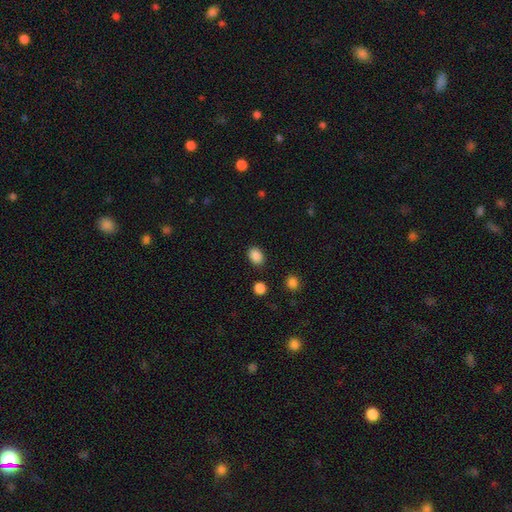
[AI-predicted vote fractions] A smooth galaxy with no disk features (88%) that is in between round and cigar-shaped (72%). Merging: none (85%).